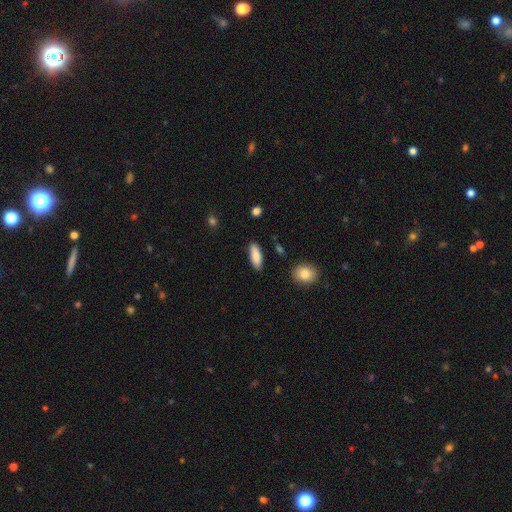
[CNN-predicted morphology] A smooth galaxy with no disk features (88%) that is in between round and cigar-shaped (70%). Merging: none (87%).